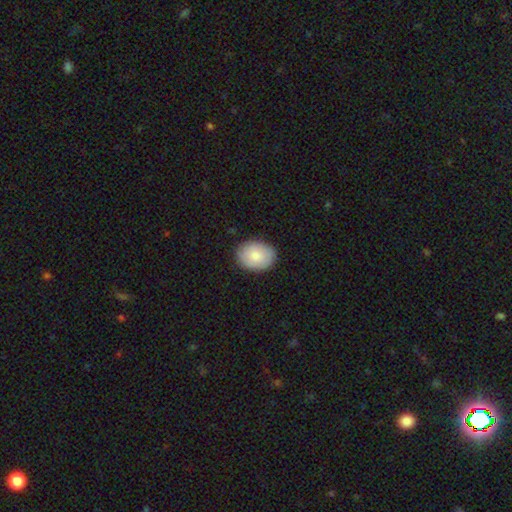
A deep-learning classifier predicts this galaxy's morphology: smooth 80%, featured or disk 14%, star or artifact 6%. Down the decision tree: how rounded — in between (66%); merging — none (84%).